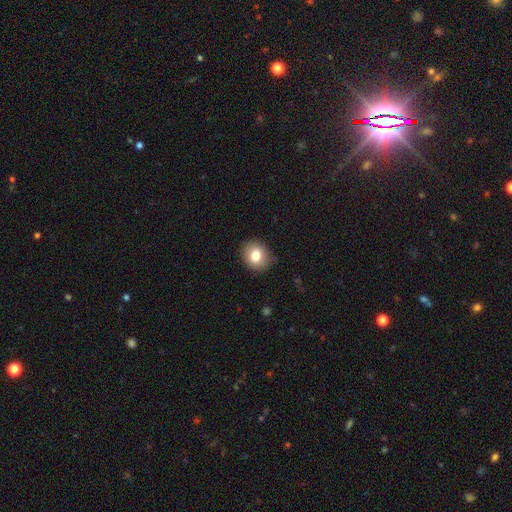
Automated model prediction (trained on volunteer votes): smooth_or_featured: smooth (p=0.80) [alt: featured or disk p=0.10]
how_rounded: round (p=0.72) [alt: in between p=0.27]
merging: none (p=0.85) [alt: minor disturbance p=0.12]